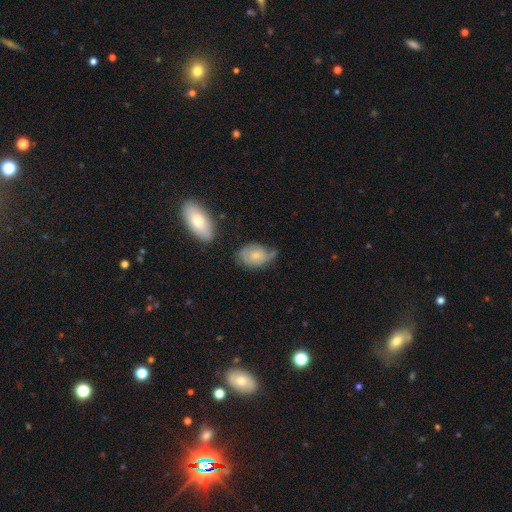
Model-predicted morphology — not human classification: Smooth or featured? smooth (51%)
How rounded? in between (78%)
Merging? none (39%)